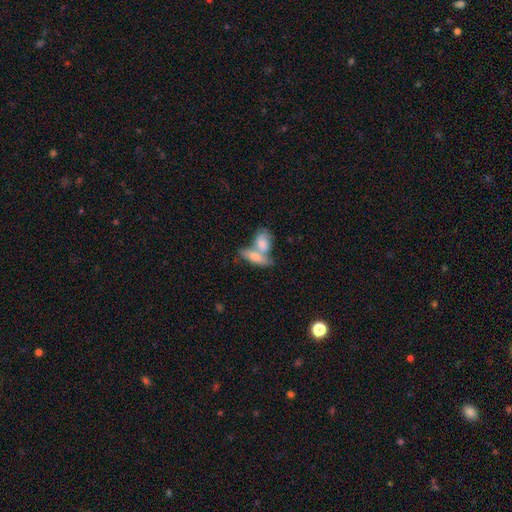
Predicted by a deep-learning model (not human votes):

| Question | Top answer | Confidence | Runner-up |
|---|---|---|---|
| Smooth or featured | smooth | 68% | featured or disk (26%) |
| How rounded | in between | 67% | cigar-shaped (27%) |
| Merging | merger | 58% | none (30%) |